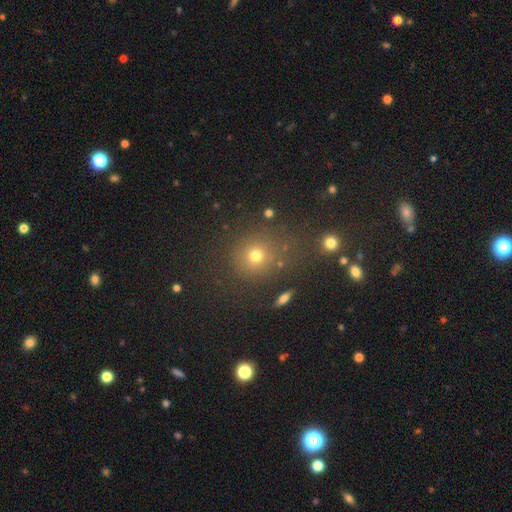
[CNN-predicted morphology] A smooth galaxy with no disk features (71%) that is round (87%).

Vote fractions:
- Smooth or featured? smooth: 71% / star or artifact: 19% / featured or disk: 10%
- How rounded? round: 87% / in between: 12% / cigar-shaped: 1%
- Merging? none: 76% / minor disturbance: 11% / major disturbance: 7% / merger: 6%